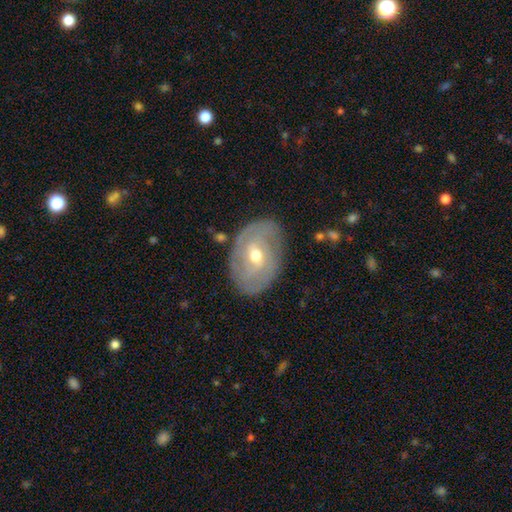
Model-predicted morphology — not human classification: Smooth or featured? Predicted: featured or disk (p=0.76). Edge-on disk? Predicted: no (p=0.95). Bar? Predicted: weak (p=0.50). Spiral arms? Predicted: yes (p=0.81). Spiral winding? Predicted: tight (p=0.61). Spiral arm count? Predicted: can't tell (p=0.38). Bulge size? Predicted: moderate (p=0.65). Merging? Predicted: none (p=0.79).